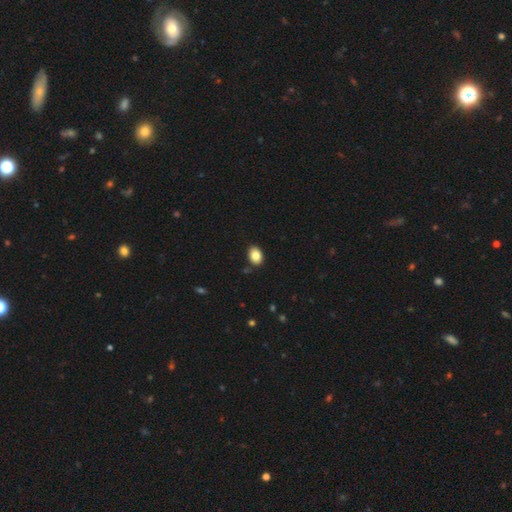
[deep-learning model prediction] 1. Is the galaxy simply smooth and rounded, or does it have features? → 85% smooth, 8% star or artifact, 7% featured or disk.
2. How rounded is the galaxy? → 76% in between, 23% round, 1% cigar-shaped.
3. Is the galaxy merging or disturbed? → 88% none, 9% minor disturbance, 2% major disturbance, 2% merger.